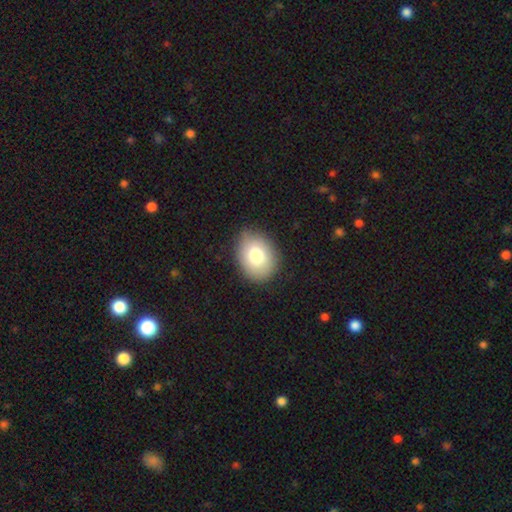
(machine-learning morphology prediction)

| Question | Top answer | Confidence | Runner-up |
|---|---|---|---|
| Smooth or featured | smooth | 79% | featured or disk (12%) |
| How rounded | in between | 58% | round (41%) |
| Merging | none | 83% | minor disturbance (13%) |